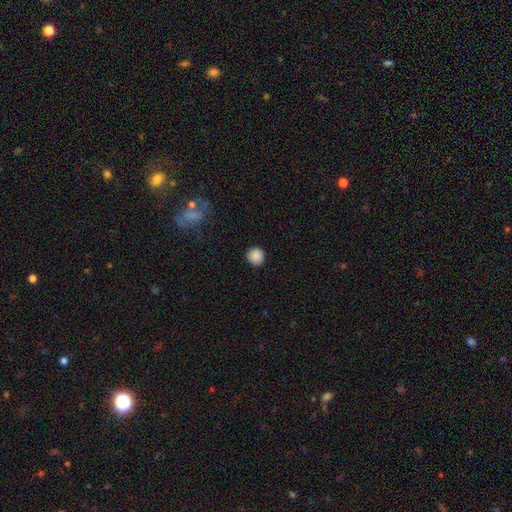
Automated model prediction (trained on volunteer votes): Overall: smooth (88%). How rounded: round (94%). Merging: none (91%).